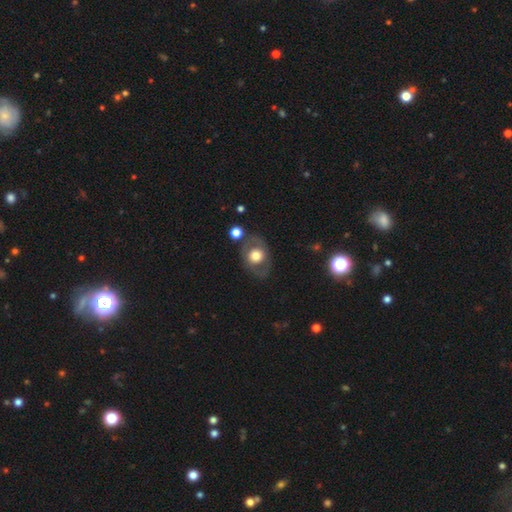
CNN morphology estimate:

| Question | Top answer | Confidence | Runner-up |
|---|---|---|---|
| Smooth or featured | smooth | 50% | featured or disk (42%) |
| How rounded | round | 51% | in between (48%) |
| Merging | none | 73% | minor disturbance (15%) |